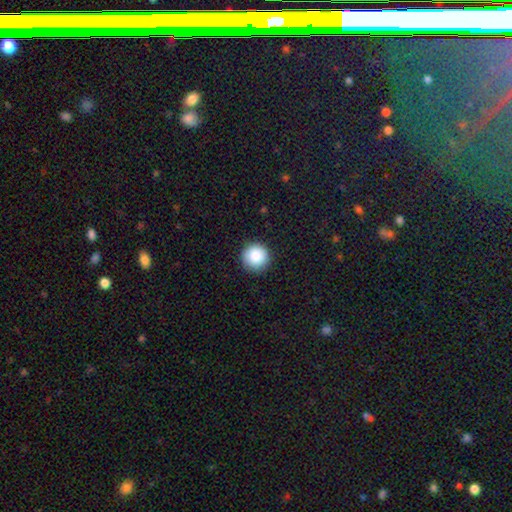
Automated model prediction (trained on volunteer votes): Smooth or featured: smooth — 87% (star or artifact — 9%)
How rounded: round — 96% (in between — 3%)
Merging: none — 91% (minor disturbance — 6%)